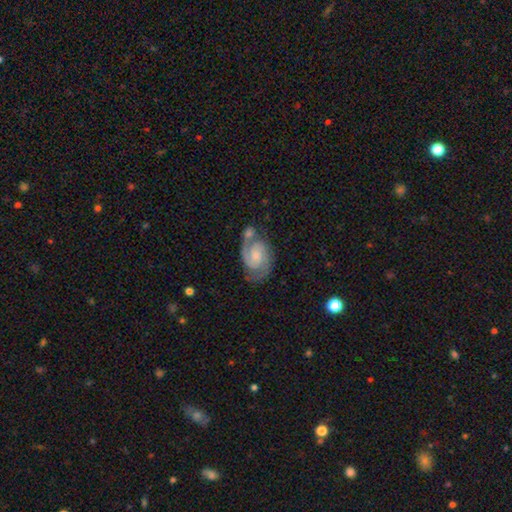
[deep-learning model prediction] Overall: featured or disk (83%). Edge-on disk: no (97%). Bar: no (61%; weak 33%). Spiral arms: yes (96%). Spiral arm count: 2 (83%). Spiral winding: tight (46%; medium 44%). Bulge size: small (53%; moderate 29%). Merging: none (53%; minor disturbance 19%).